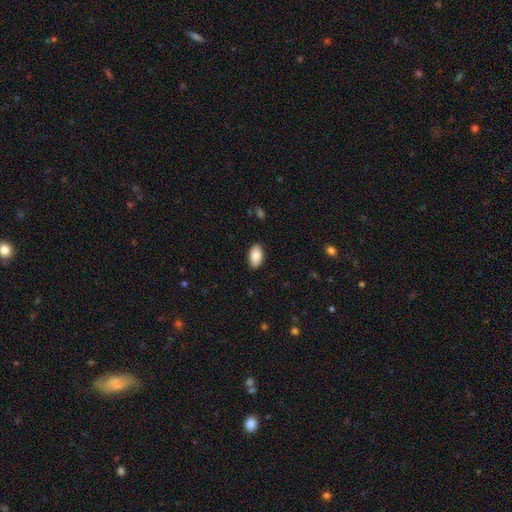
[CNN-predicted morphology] This is clearly a smooth galaxy (89%). How rounded: clearly in between (95%). Merging: clearly none (88%).